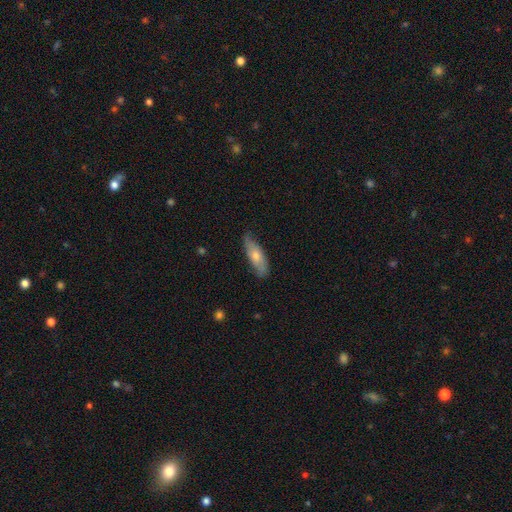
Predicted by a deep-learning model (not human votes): smooth-or-featured: smooth: 55% | featured or disk: 39% | star or artifact: 6%
  how-rounded: in between: 52% | cigar-shaped: 45% | round: 3%
  merging: none: 77% | minor disturbance: 19% | major disturbance: 3% | merger: 1%